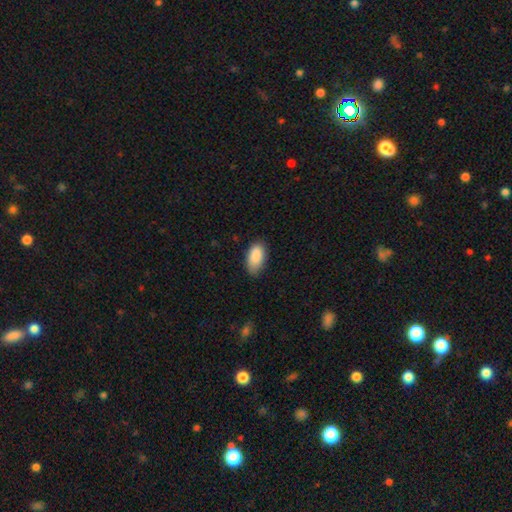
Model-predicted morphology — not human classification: This is clearly a smooth galaxy (89%). How rounded: clearly in between (94%). Merging: likely none (72%).